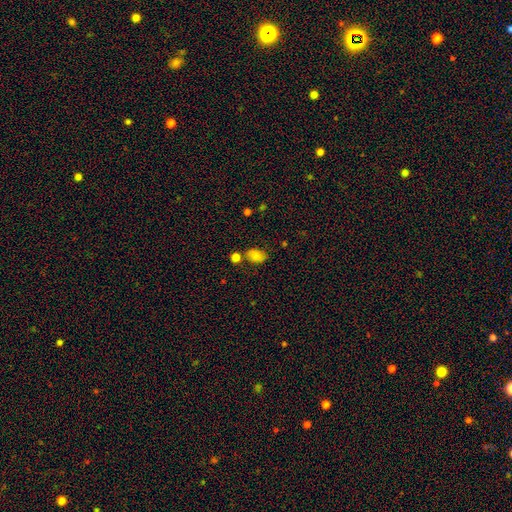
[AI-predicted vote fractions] Overall: smooth (77%). How rounded: in between (79%). Merging: none (61%).